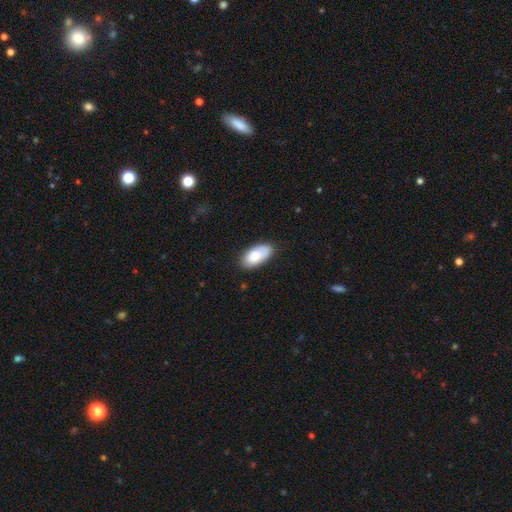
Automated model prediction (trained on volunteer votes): Smooth or featured? Predicted: smooth (p=0.82). How rounded? Predicted: in between (p=0.94). Merging? Predicted: none (p=0.77).